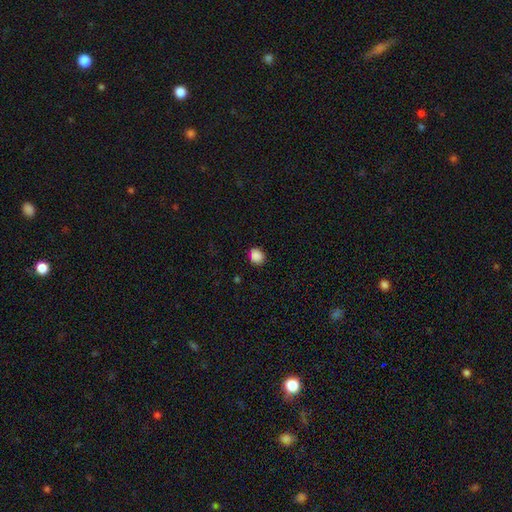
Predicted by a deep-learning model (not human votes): This is clearly a smooth galaxy (86%). How rounded: likely round (71%). Merging: clearly none (83%).